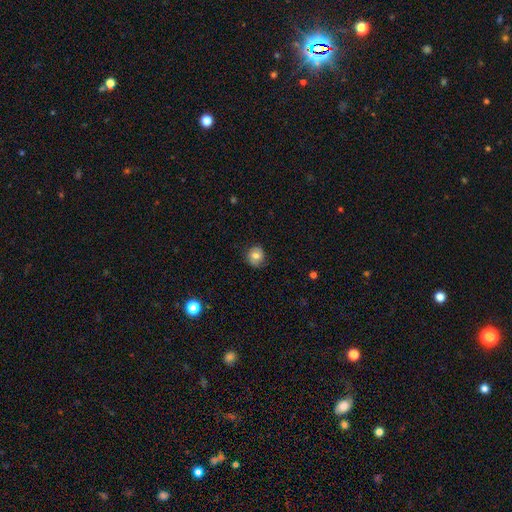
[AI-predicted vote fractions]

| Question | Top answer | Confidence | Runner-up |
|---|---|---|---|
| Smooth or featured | smooth | 65% | featured or disk (26%) |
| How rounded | round | 81% | in between (18%) |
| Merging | none | 77% | minor disturbance (17%) |